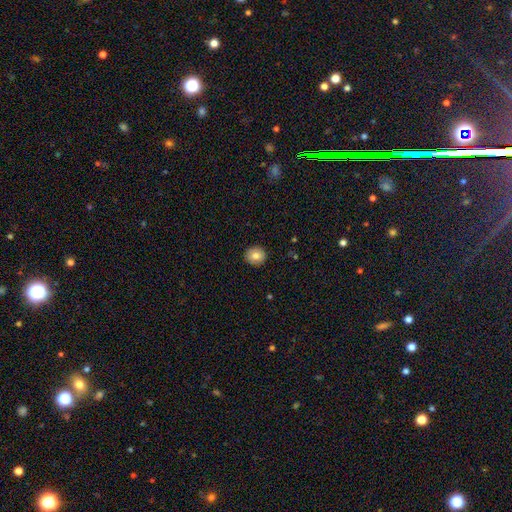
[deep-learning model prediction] A smooth galaxy with no disk features (82%) that is round (85%). Merging: none (91%).